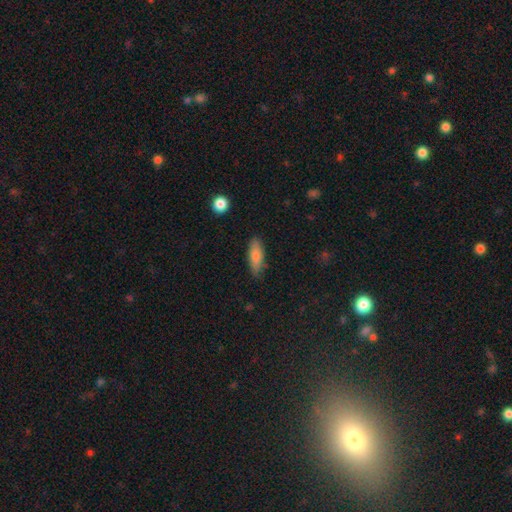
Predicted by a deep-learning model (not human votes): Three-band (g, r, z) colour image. It shows a smooth galaxy with no disk features (78%) that is in between round and cigar-shaped (57%). Merging: none (82%).